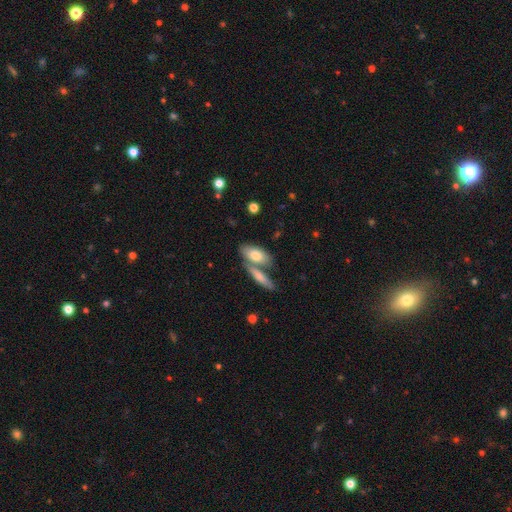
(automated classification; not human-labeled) This appears to be a smooth galaxy with no disk features (73%) that is in between round and cigar-shaped (79%). Merging: none (47%).